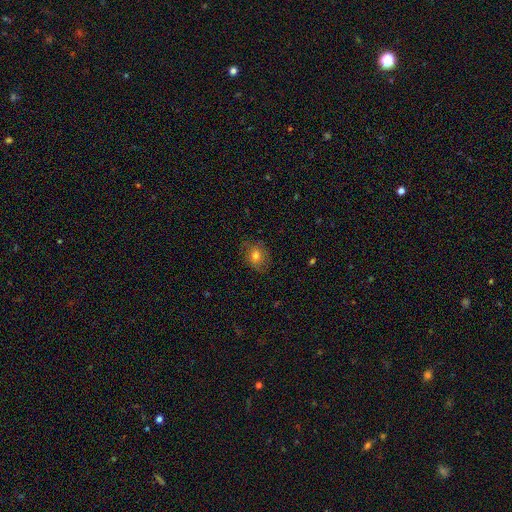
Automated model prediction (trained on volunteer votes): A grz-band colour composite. It shows a smooth galaxy with no disk features (70%) that is in between round and cigar-shaped (50%). Merging: none (76%).